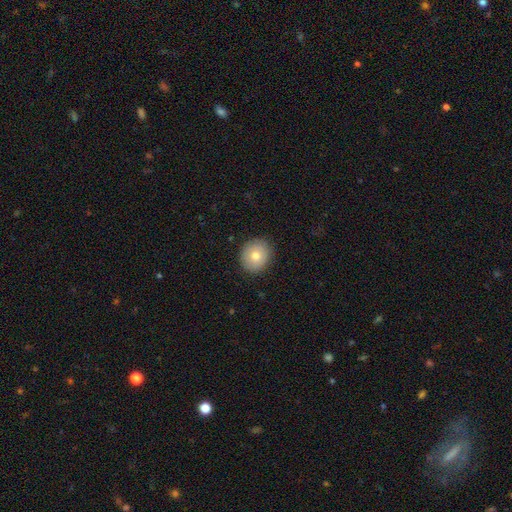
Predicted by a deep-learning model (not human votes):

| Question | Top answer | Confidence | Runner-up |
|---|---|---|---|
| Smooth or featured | smooth | 76% | featured or disk (15%) |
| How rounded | round | 77% | in between (22%) |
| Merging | none | 88% | minor disturbance (9%) |